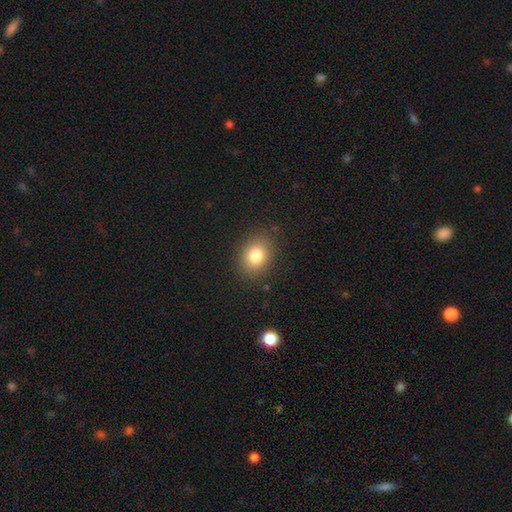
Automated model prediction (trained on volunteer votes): Overall: smooth (81%). How rounded: in between (53%; round 46%). Merging: none (86%).